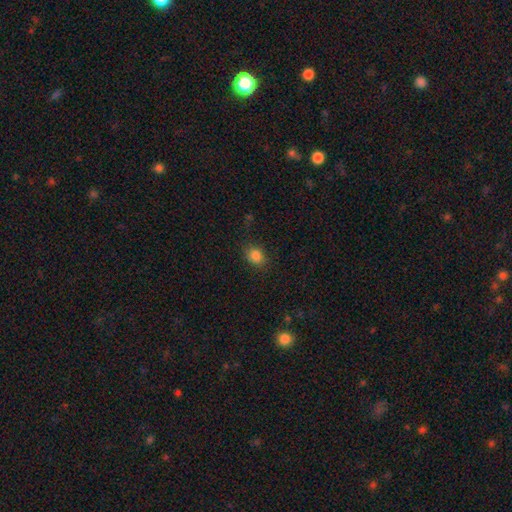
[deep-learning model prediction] Q: Smooth or featured?
A: smooth (83%); runner-up: star or artifact (12%)
Q: How rounded?
A: round (55%); runner-up: in between (44%)
Q: Merging?
A: none (82%); runner-up: minor disturbance (13%)